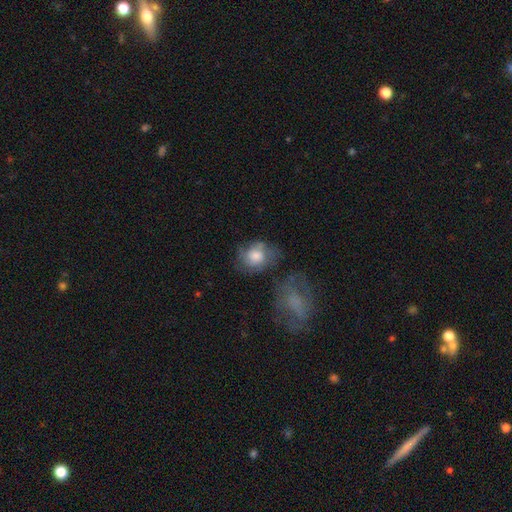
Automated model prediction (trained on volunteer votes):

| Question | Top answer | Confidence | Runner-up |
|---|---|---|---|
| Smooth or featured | smooth | 58% | featured or disk (33%) |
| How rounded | round | 57% | in between (42%) |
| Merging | none | 49% | minor disturbance (25%) |